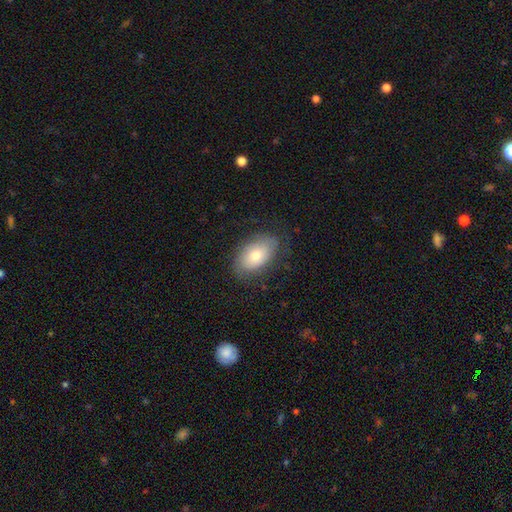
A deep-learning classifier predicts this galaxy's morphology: A smooth galaxy with no disk features (71%) that is in between round and cigar-shaped (92%). Merging: none (76%).